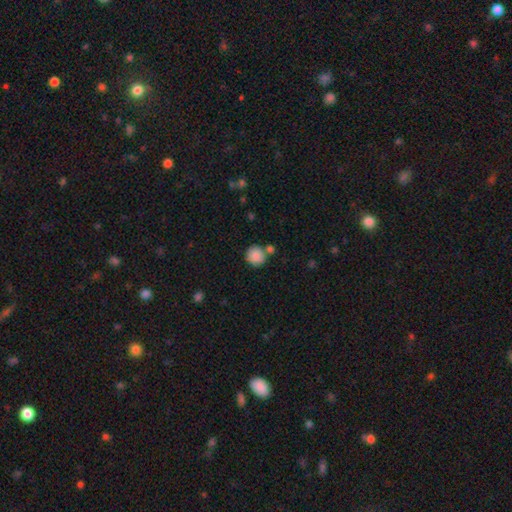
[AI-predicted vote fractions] Smooth or featured? smooth (87%)
How rounded? round (92%)
Merging? none (68%)